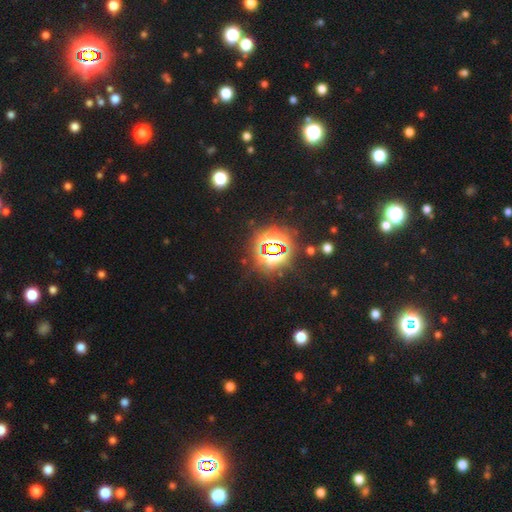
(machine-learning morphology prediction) The model was most divided on "smooth or featured": star or artifact: 77%, smooth: 16%, featured or disk: 7%.